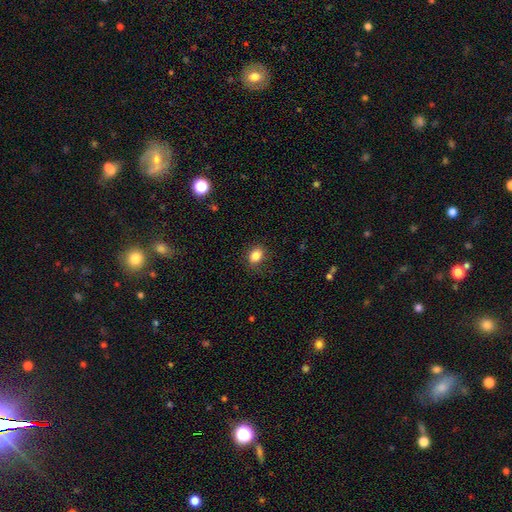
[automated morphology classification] A smooth galaxy with no disk features (84%) that is in between round and cigar-shaped (60%). Merging: none (82%).